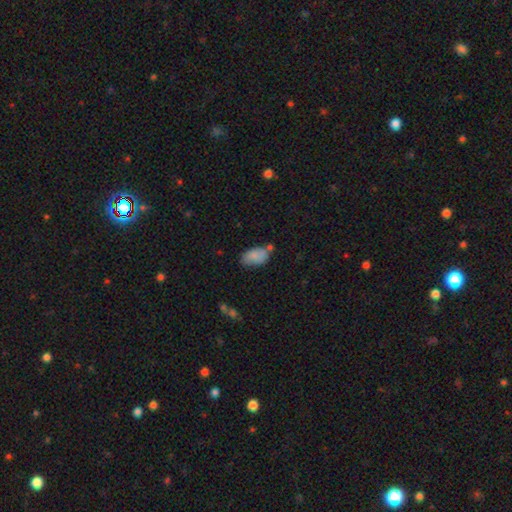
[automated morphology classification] Q: Smooth or featured?
A: smooth (81%); runner-up: featured or disk (11%)
Q: How rounded?
A: in between (94%); runner-up: round (5%)
Q: Merging?
A: none (58%); runner-up: minor disturbance (23%)